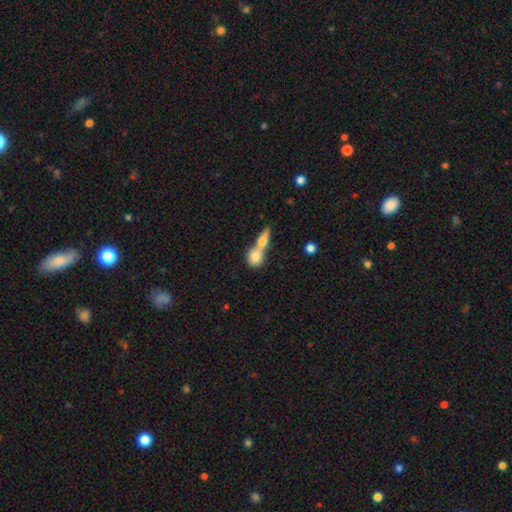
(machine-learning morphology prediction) Overall: smooth (75%). How rounded: round (56%; in between 33%). Merging: merger (67%).